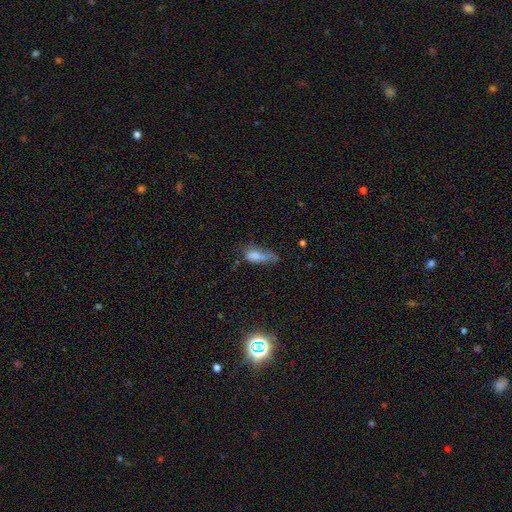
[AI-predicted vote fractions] Smooth or featured?
  - smooth: 69% *
  - featured or disk: 19%
  - star or artifact: 12%
How rounded?
  - in between: 76% *
  - cigar-shaped: 18%
  - round: 6%
Merging?
  - major disturbance: 40% *
  - minor disturbance: 27%
  - none: 21%
  - merger: 12%